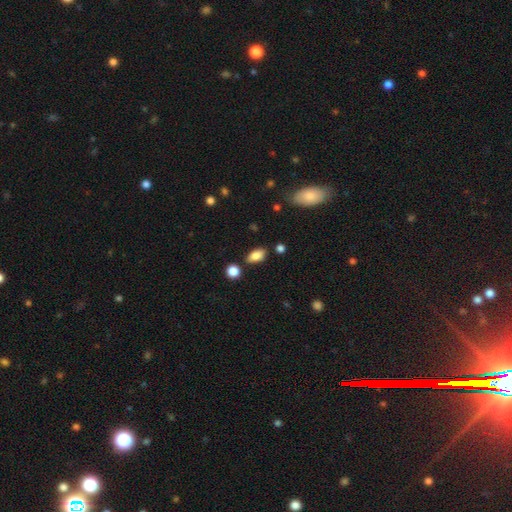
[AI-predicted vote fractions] Smooth or featured?
  - smooth: 83% *
  - star or artifact: 8%
  - featured or disk: 8%
How rounded?
  - in between: 88% *
  - round: 7%
  - cigar-shaped: 5%
Merging?
  - none: 81% *
  - minor disturbance: 12%
  - merger: 5%
  - major disturbance: 3%